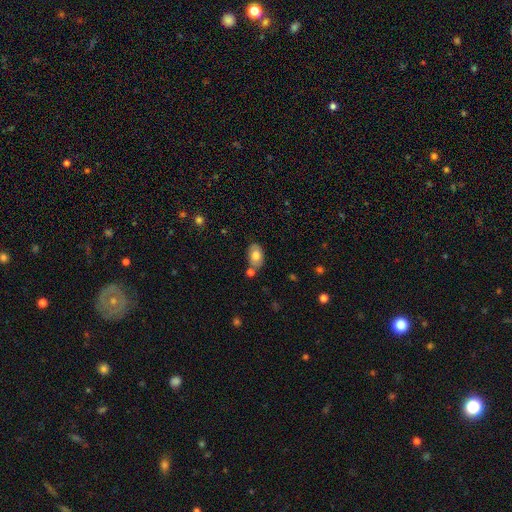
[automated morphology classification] type=smooth (70%); roundness=in between (87%); merging=none (68%).